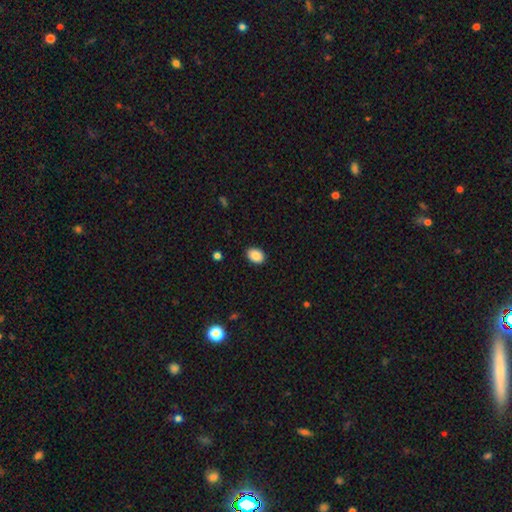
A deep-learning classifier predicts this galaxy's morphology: Smooth or featured?
  - smooth: 88% *
  - star or artifact: 8%
  - featured or disk: 3%
How rounded?
  - in between: 75% *
  - round: 24%
  - cigar-shaped: 1%
Merging?
  - none: 89% *
  - minor disturbance: 8%
  - major disturbance: 2%
  - merger: 1%